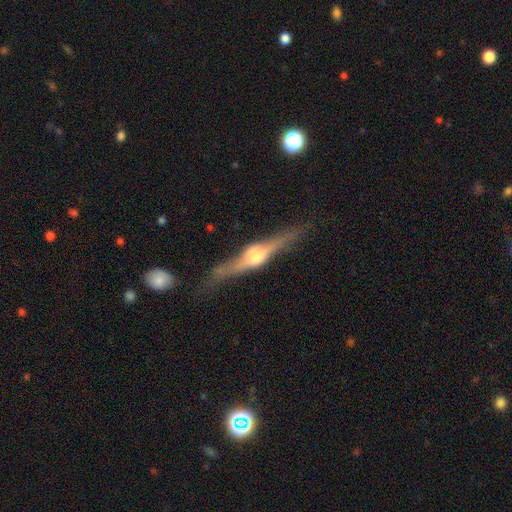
A featured or disk galaxy (94%) viewed edge-on (100%) with a rounded central bulge (97%).

Vote fractions:
- Smooth or featured? featured or disk: 94% / smooth: 3% / star or artifact: 3%
- Edge-on disk? yes: 100% / no: 0%
- Edge-on bulge? rounded: 97% / none: 3% / boxy: 0%
- Merging? none: 74% / minor disturbance: 23% / major disturbance: 3% / merger: 0%